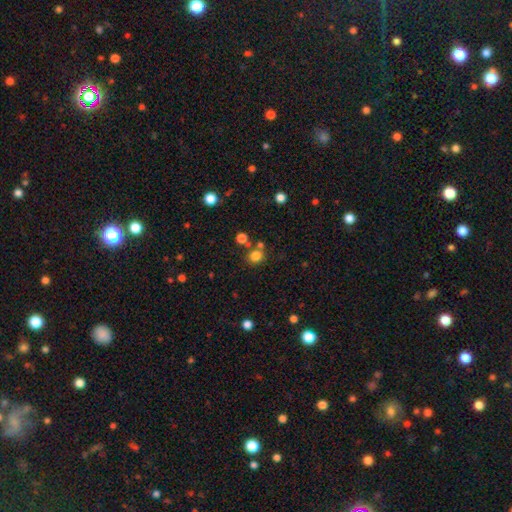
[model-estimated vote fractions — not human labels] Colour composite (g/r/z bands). It shows a smooth galaxy with no disk features (80%) that is round (83%). Merging: none (73%).